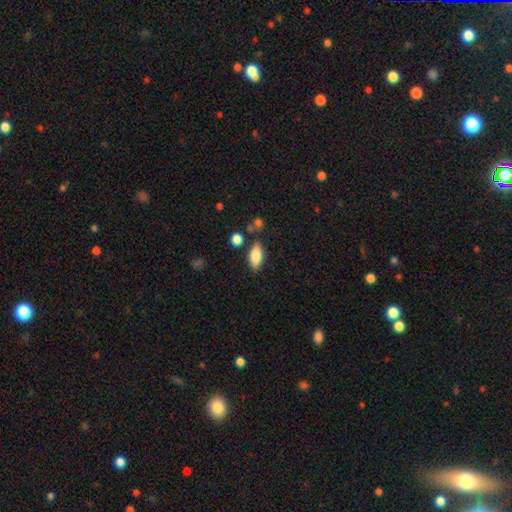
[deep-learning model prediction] smooth 79%, featured or disk 14%, star or artifact 7%. Down the decision tree: how rounded — in between (84%); merging — none (78%).